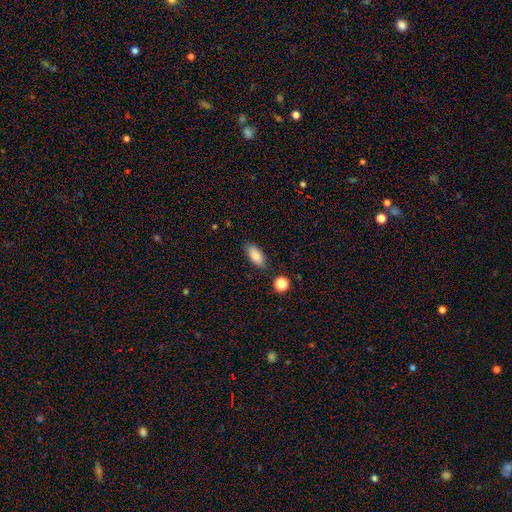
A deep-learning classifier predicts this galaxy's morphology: smooth_or_featured: smooth (p=0.86) [alt: star or artifact p=0.08]
how_rounded: in between (p=0.86) [alt: cigar-shaped p=0.11]
merging: none (p=0.83) [alt: minor disturbance p=0.12]